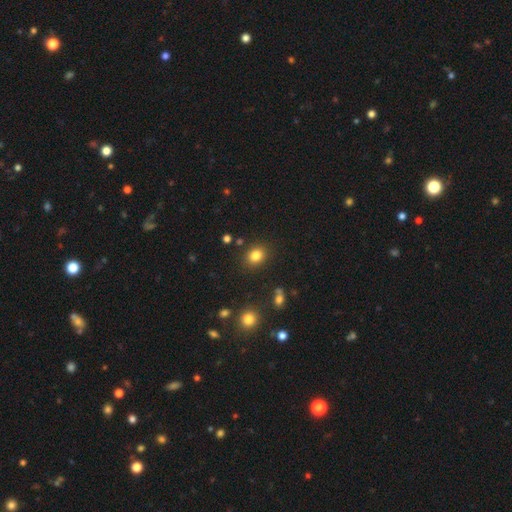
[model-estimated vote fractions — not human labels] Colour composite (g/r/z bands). It shows a smooth galaxy with no disk features (82%) that is round (56%). Merging: none (86%).